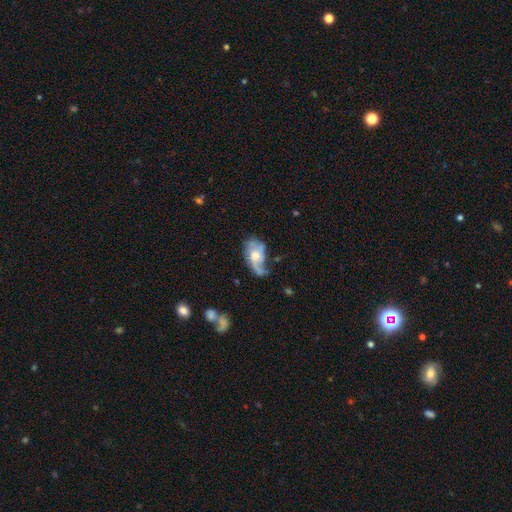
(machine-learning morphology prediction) Q: Smooth or featured?
A: featured or disk (62%); runner-up: smooth (30%)
Q: Edge-on disk?
A: no (94%); runner-up: yes (6%)
Q: Bar?
A: no (73%); runner-up: weak (22%)
Q: Spiral arms?
A: yes (71%); runner-up: no (29%)
Q: Bulge size?
A: moderate (66%); runner-up: small (18%)
Q: Merging?
A: none (33%); runner-up: major disturbance (30%)